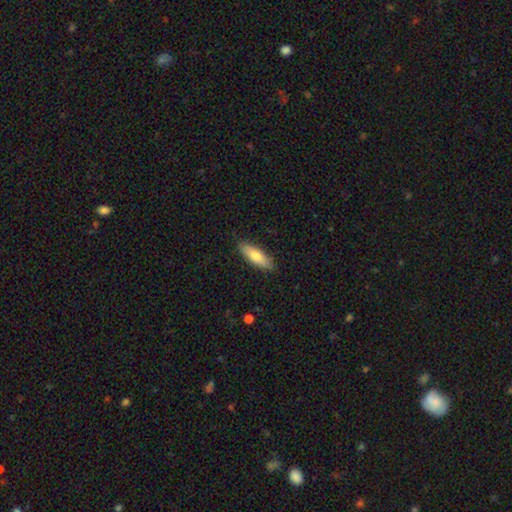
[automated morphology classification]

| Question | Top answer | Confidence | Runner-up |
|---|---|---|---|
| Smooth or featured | smooth | 75% | featured or disk (19%) |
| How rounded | in between | 50% | cigar-shaped (48%) |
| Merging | none | 88% | minor disturbance (9%) |